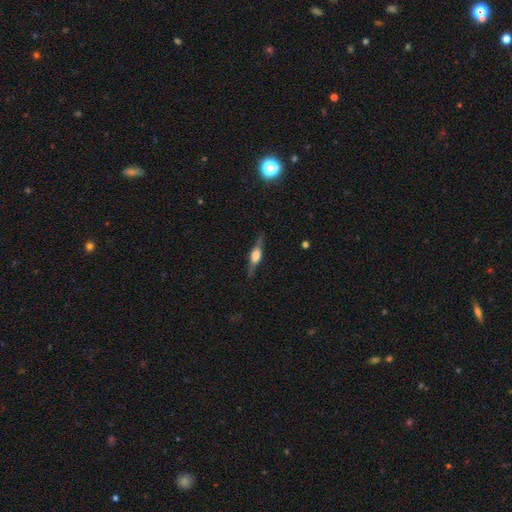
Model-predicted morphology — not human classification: A featured or disk galaxy (65%) viewed edge-on (94%) with a rounded central bulge (73%). Merging: none (81%).